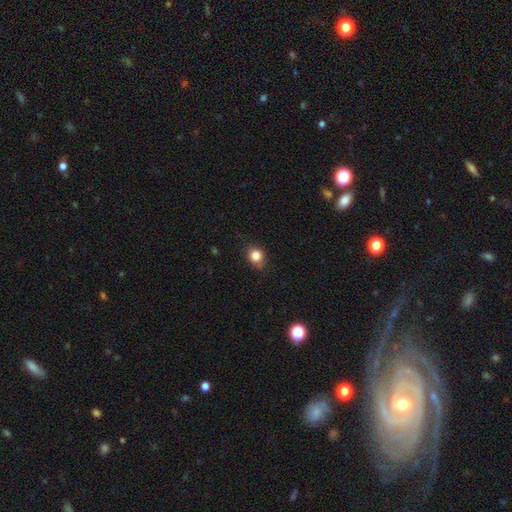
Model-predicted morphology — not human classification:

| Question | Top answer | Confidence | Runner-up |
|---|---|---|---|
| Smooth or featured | smooth | 83% | star or artifact (11%) |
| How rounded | round | 73% | in between (26%) |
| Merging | none | 74% | minor disturbance (21%) |